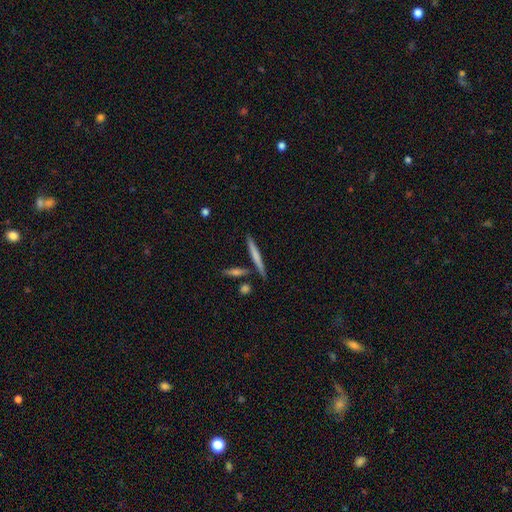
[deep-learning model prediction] Smooth or featured?
  - smooth: 62% *
  - featured or disk: 32%
  - star or artifact: 6%
How rounded?
  - cigar-shaped: 95% *
  - in between: 4%
  - round: 2%
Merging?
  - none: 80% *
  - minor disturbance: 9%
  - merger: 9%
  - major disturbance: 2%